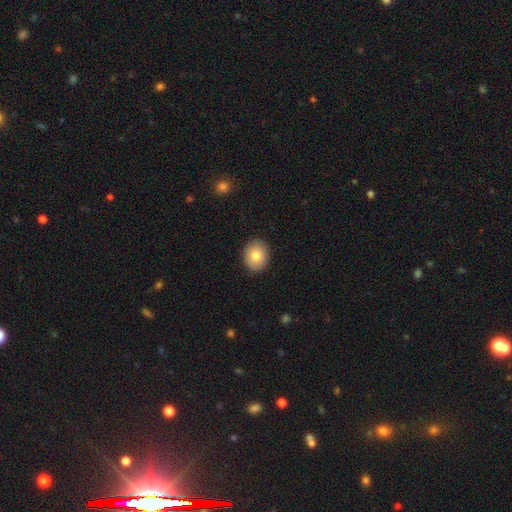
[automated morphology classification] type=smooth (81%); roundness=round (57%); merging=none (90%).